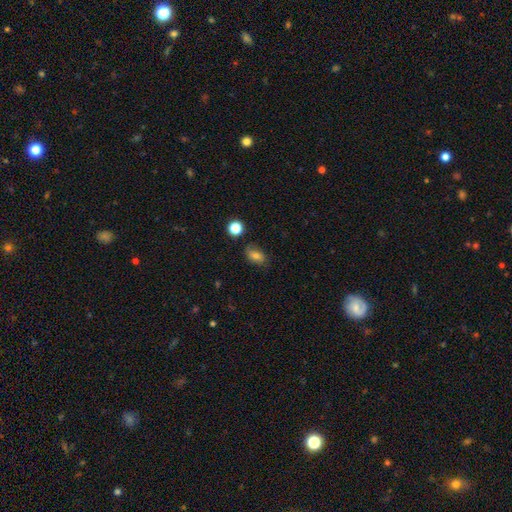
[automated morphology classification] Q: Smooth or featured?
A: smooth (77%); runner-up: star or artifact (12%)
Q: How rounded?
A: in between (81%); runner-up: round (17%)
Q: Merging?
A: none (76%); runner-up: minor disturbance (18%)